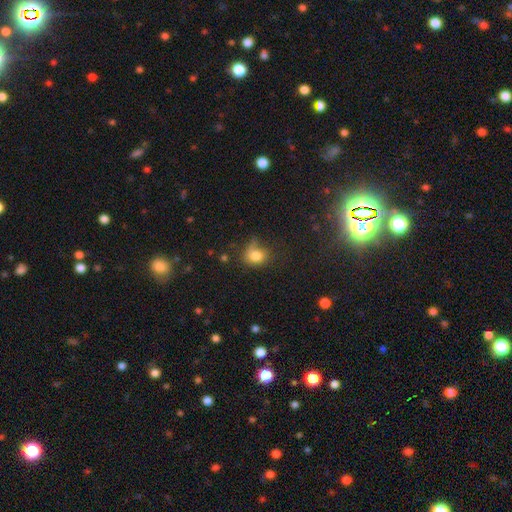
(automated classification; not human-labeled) smooth-or-featured: smooth: 78% | featured or disk: 11% | star or artifact: 11%
  how-rounded: round: 54% | in between: 45% | cigar-shaped: 1%
  merging: none: 45% | minor disturbance: 30% | major disturbance: 19% | merger: 5%